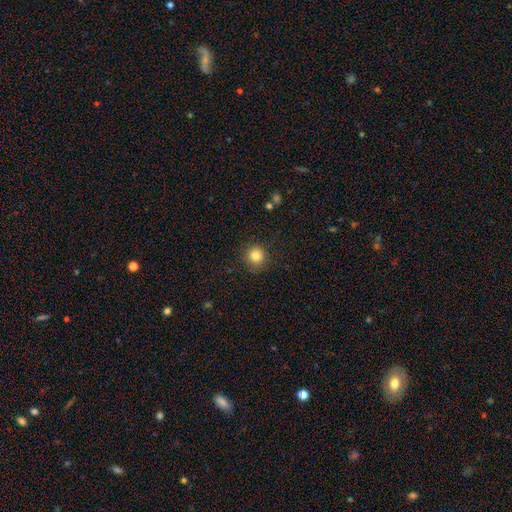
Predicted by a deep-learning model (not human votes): smooth 83%, star or artifact 11%, featured or disk 5%. Down the decision tree: how rounded — round (91%); merging — none (87%).